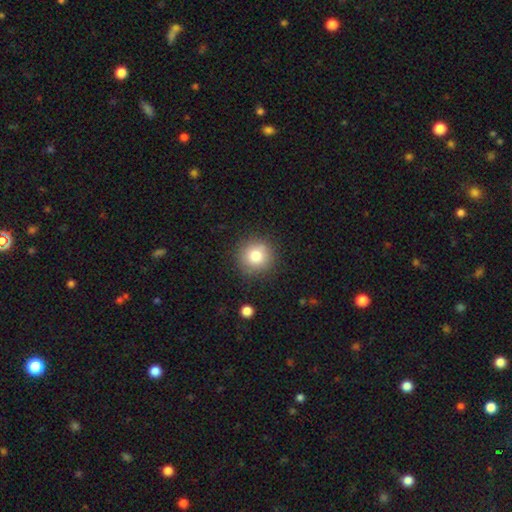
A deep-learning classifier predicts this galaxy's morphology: Smooth or featured? smooth (80%)
How rounded? round (93%)
Merging? none (85%)